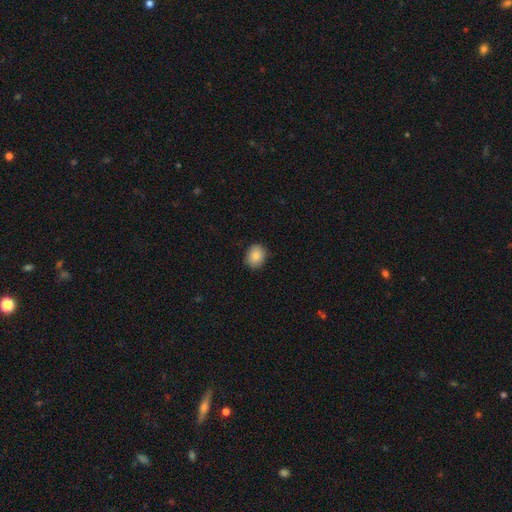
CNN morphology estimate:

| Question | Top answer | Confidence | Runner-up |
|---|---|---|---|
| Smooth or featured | smooth | 86% | star or artifact (9%) |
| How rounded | round | 61% | in between (38%) |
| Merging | none | 87% | minor disturbance (10%) |